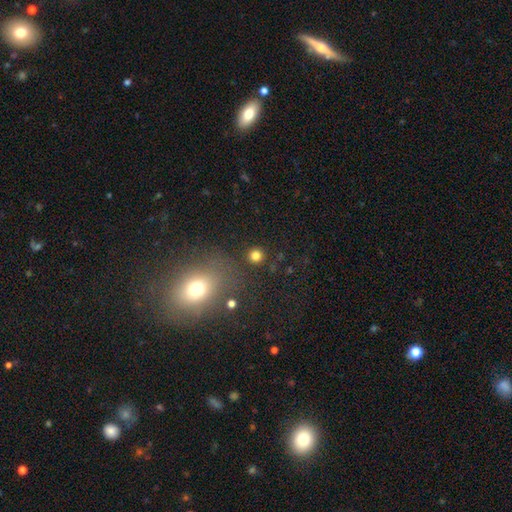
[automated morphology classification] A smooth galaxy with no disk features (80%) that is round (93%).

Vote fractions:
- Smooth or featured? smooth: 80% / star or artifact: 15% / featured or disk: 5%
- How rounded? round: 93% / in between: 6% / cigar-shaped: 1%
- Merging? none: 88% / minor disturbance: 6% / merger: 4% / major disturbance: 3%